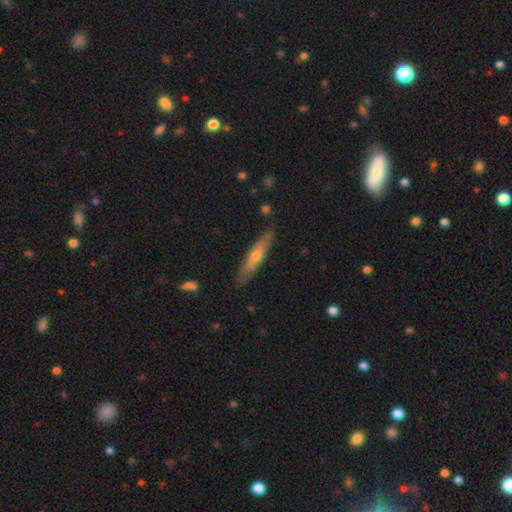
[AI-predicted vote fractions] A featured or disk galaxy (49%).

Vote fractions:
- Smooth or featured? featured or disk: 49% / smooth: 45% / star or artifact: 6%
- Merging? none: 86% / minor disturbance: 11% / major disturbance: 2% / merger: 1%